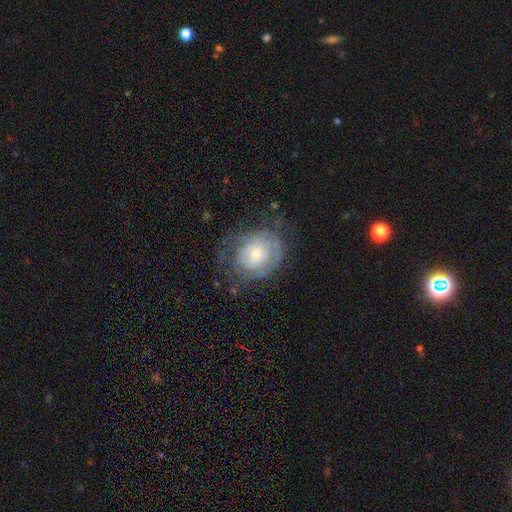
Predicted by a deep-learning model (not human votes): This is likely a featured or disk galaxy (61%). It is clearly not viewed edge-on (96%). Bar: likely no (78%). Spiral arm pattern: likely yes (71%). Central bulge: marginally moderate (43%). Merging: likely none (60%).